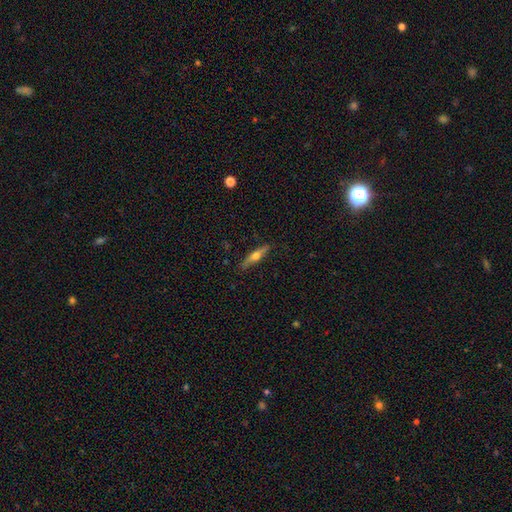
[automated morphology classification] The model was most divided on "smooth or featured": featured or disk: 56%, smooth: 37%, star or artifact: 6%. More confident: edge-on disk — yes (94%); edge-on bulge — rounded (93%); merging — none (87%).